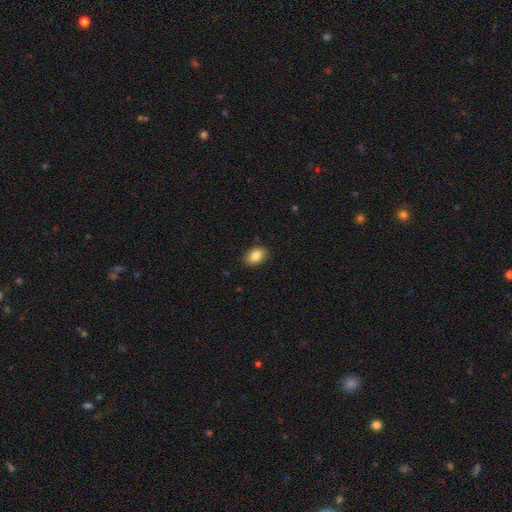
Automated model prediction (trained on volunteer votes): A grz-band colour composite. It shows a smooth galaxy with no disk features (85%) that is in between round and cigar-shaped (83%). Merging: none (88%).